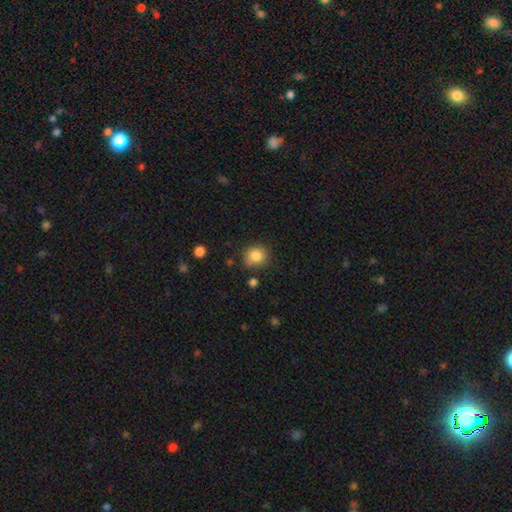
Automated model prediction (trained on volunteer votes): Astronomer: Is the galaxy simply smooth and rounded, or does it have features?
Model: smooth — 84%.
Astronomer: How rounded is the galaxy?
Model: round — 83%.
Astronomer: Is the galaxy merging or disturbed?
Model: none — 72%.